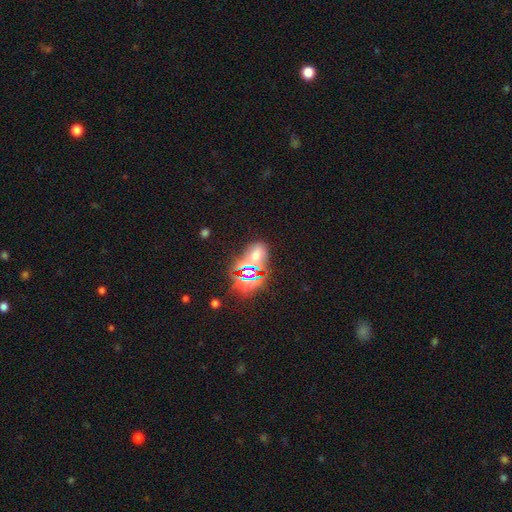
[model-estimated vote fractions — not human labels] Smooth or featured? star or artifact (50%)